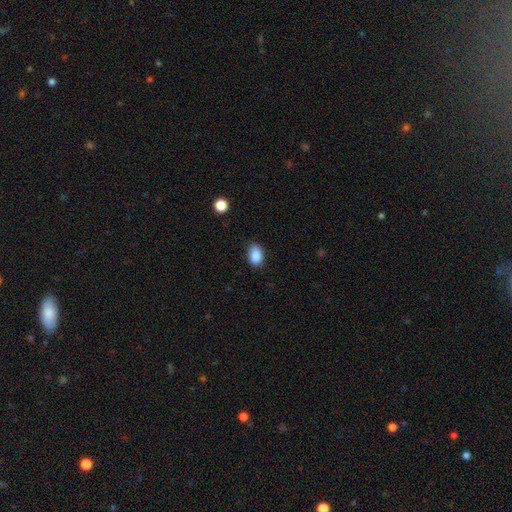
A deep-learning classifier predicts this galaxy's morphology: smooth-or-featured: smooth: 88% | star or artifact: 8% | featured or disk: 4%
  how-rounded: in between: 85% | round: 14% | cigar-shaped: 1%
  merging: none: 79% | minor disturbance: 17% | major disturbance: 3% | merger: 1%